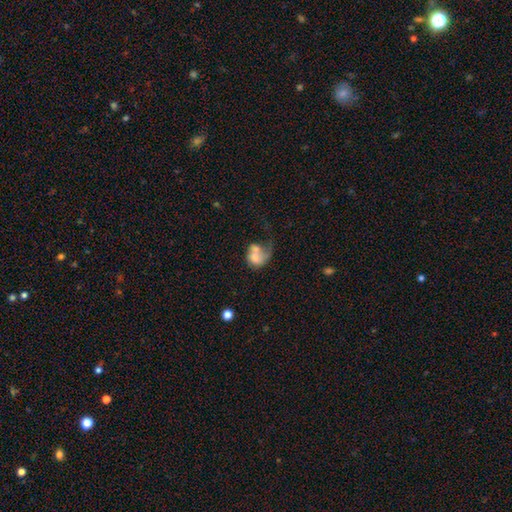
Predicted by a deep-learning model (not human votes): Overall: smooth (53%; featured or disk 38%). How rounded: in between (50%; round 49%). Merging: merger (45%; major disturbance 27%).